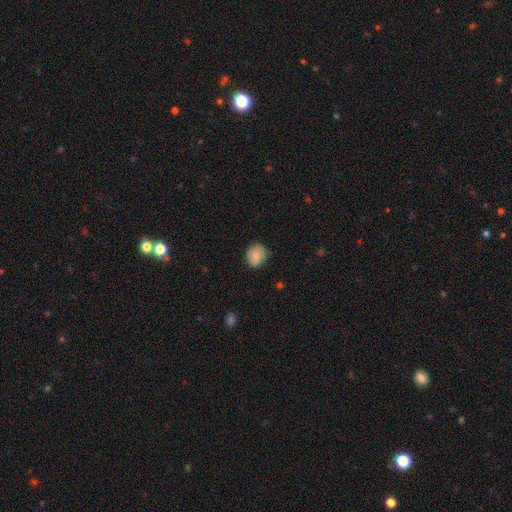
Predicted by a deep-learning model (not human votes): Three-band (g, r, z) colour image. It shows a smooth galaxy with no disk features (79%) that is round (72%). Merging: none (77%).